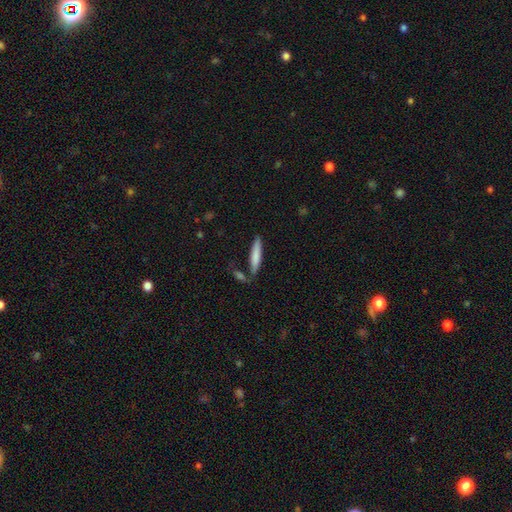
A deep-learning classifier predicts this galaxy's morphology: Smooth or featured? Predicted: smooth (p=0.78). How rounded? Predicted: cigar-shaped (p=0.85). Merging? Predicted: none (p=0.71).